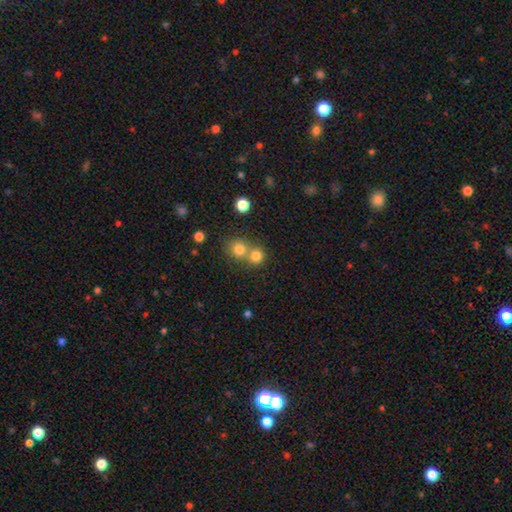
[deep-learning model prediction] A smooth galaxy with no disk features (79%) that is round (87%).

Vote fractions:
- Smooth or featured? smooth: 79% / star or artifact: 14% / featured or disk: 8%
- How rounded? round: 87% / in between: 12% / cigar-shaped: 1%
- Merging? none: 49% / merger: 43% / minor disturbance: 5% / major disturbance: 2%